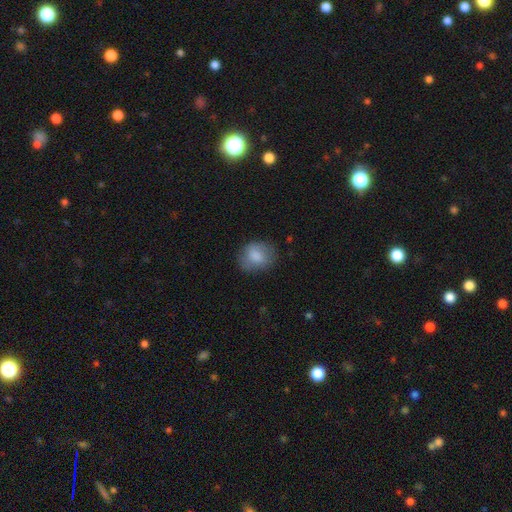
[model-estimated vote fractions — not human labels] This is likely a smooth galaxy (80%). How rounded: possibly round (57%). Merging: likely none (72%).